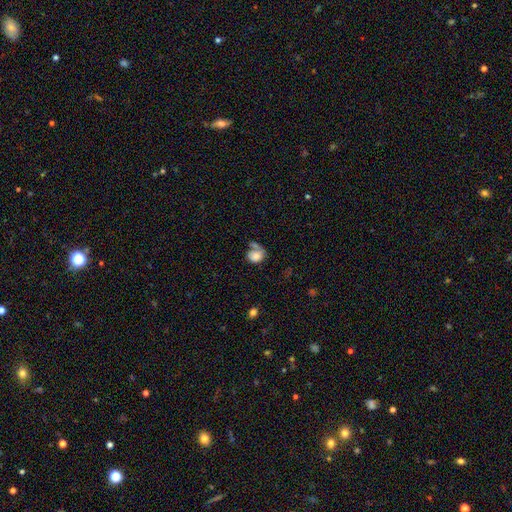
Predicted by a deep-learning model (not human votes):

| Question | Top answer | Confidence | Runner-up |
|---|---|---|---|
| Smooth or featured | smooth | 72% | featured or disk (18%) |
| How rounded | in between | 52% | round (46%) |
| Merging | none | 34% | merger (25%) |